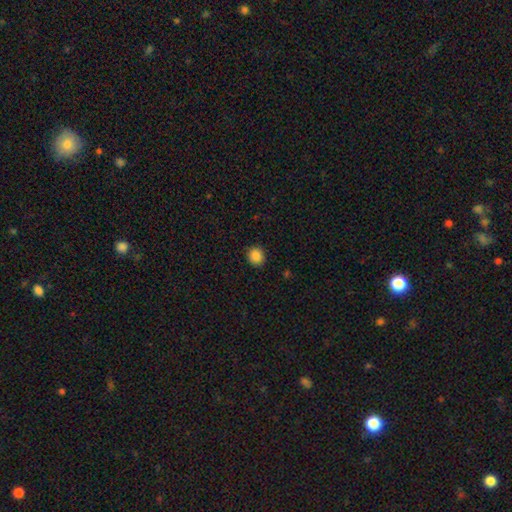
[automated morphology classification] Smooth or featured: smooth — 87% (star or artifact — 10%)
How rounded: round — 85% (in between — 14%)
Merging: none — 91% (minor disturbance — 6%)